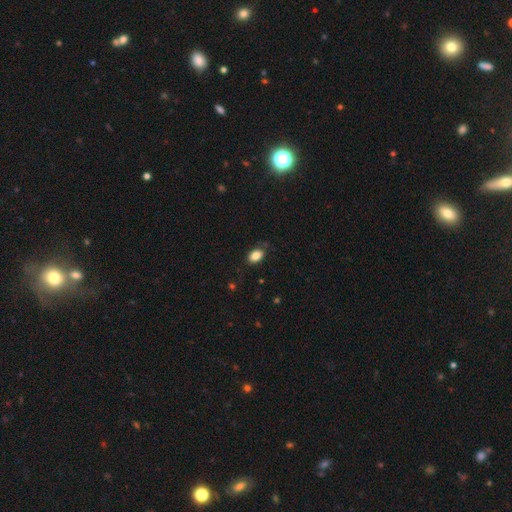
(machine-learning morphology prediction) Smooth or featured?
  - smooth: 85% *
  - star or artifact: 8%
  - featured or disk: 6%
How rounded?
  - in between: 87% *
  - round: 11%
  - cigar-shaped: 1%
Merging?
  - none: 83% *
  - minor disturbance: 13%
  - major disturbance: 3%
  - merger: 1%